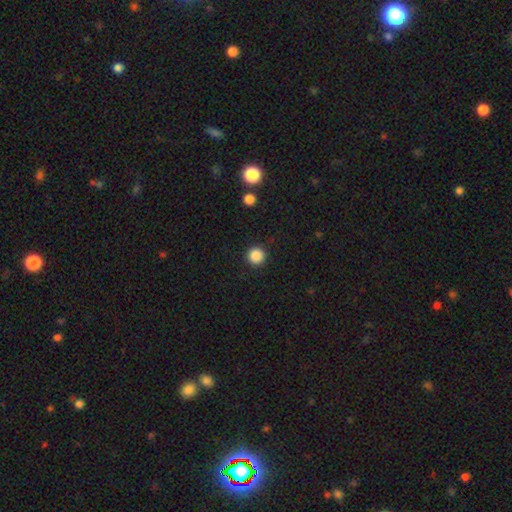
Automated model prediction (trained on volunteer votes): Smooth or featured? Predicted: smooth (p=0.86). How rounded? Predicted: round (p=0.96). Merging? Predicted: none (p=0.92).